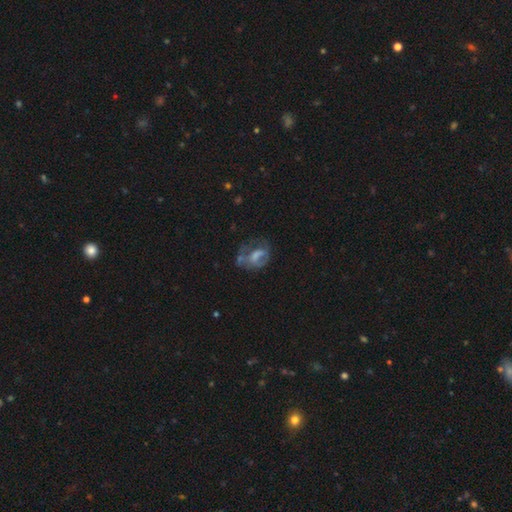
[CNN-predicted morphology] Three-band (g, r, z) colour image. It shows a featured or disk galaxy (50%). Merging: major disturbance (36%).